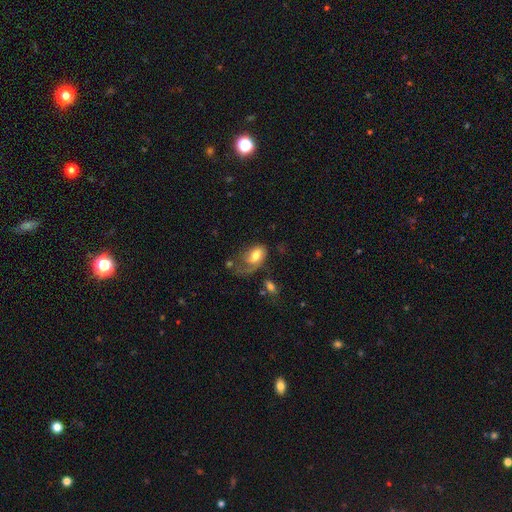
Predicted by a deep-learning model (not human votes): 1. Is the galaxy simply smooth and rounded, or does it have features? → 52% smooth, 40% featured or disk, 8% star or artifact.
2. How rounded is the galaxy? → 89% in between, 9% round, 2% cigar-shaped.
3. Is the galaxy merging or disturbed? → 48% major disturbance, 24% none, 19% minor disturbance, 9% merger.